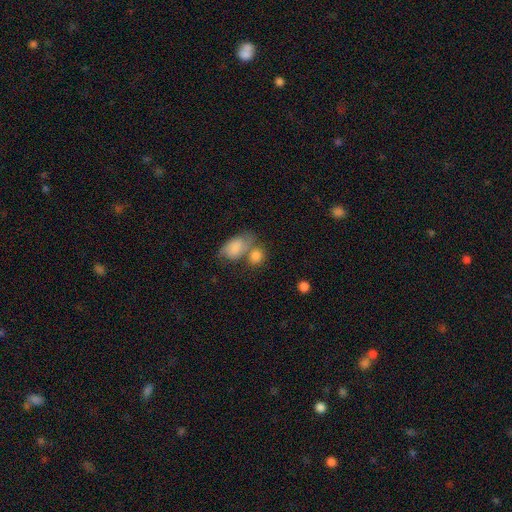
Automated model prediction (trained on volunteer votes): Smooth or featured? smooth (82%)
How rounded? in between (58%)
Merging? merger (46%)